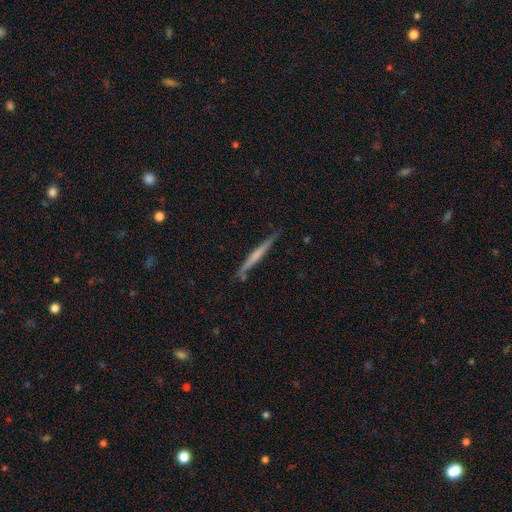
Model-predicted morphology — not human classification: smooth_or_featured: featured or disk (p=0.52) [alt: smooth p=0.43]
disk_edge_on: yes (p=0.97) [alt: no p=0.03]
edge_on_bulge: none (p=0.67) [alt: rounded p=0.21]
merging: none (p=0.85) [alt: minor disturbance p=0.11]